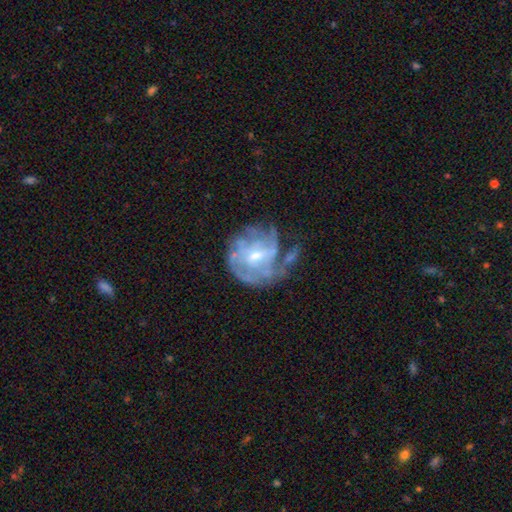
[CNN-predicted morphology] Smooth or featured? featured or disk (78%)
Edge-on disk? no (97%)
Bar? no (47%)
Spiral arms? yes (78%)
Spiral winding? tight (55%)
Spiral arm count? can't tell (51%)
Bulge size? moderate (50%)
Merging? none (47%)